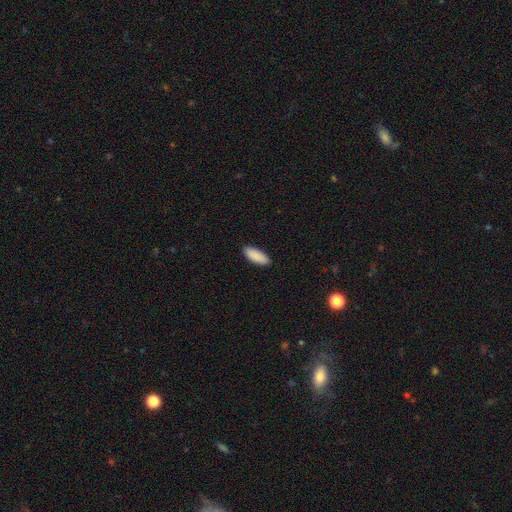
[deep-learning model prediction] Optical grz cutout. It shows a smooth galaxy with no disk features (91%) that is in between round and cigar-shaped (77%). Merging: none (89%).